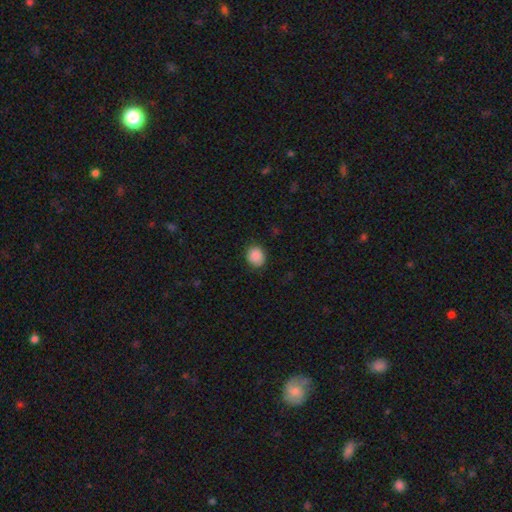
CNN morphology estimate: This appears to be a smooth galaxy with no disk features (89%) that is round (70%). Merging: none (85%).